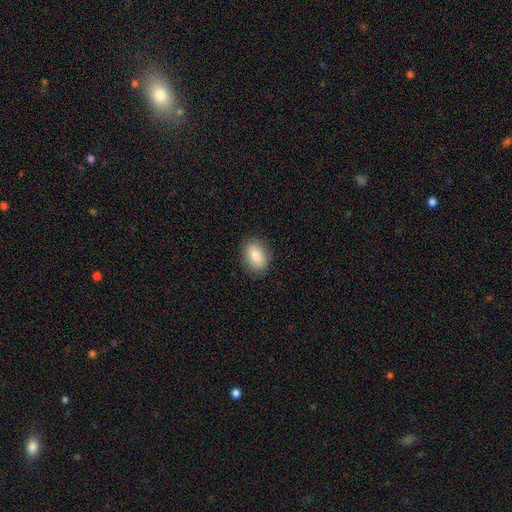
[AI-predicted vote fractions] Q: Smooth or featured?
A: smooth (84%); runner-up: featured or disk (9%)
Q: How rounded?
A: in between (82%); runner-up: round (16%)
Q: Merging?
A: none (87%); runner-up: minor disturbance (10%)